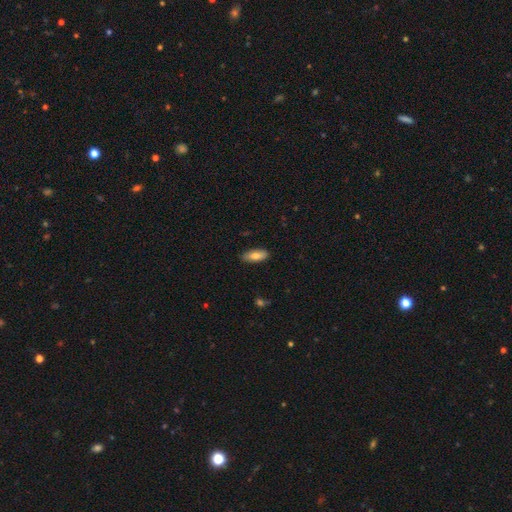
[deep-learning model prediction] A smooth galaxy with no disk features (80%) that is in between round and cigar-shaped (79%). Merging: none (88%).